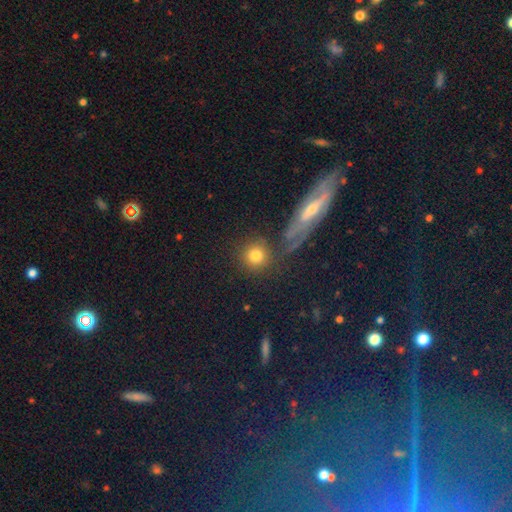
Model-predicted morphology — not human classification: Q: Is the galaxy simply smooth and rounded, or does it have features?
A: smooth — 76%.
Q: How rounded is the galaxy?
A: round — 91%.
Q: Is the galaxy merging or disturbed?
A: none — 73%.